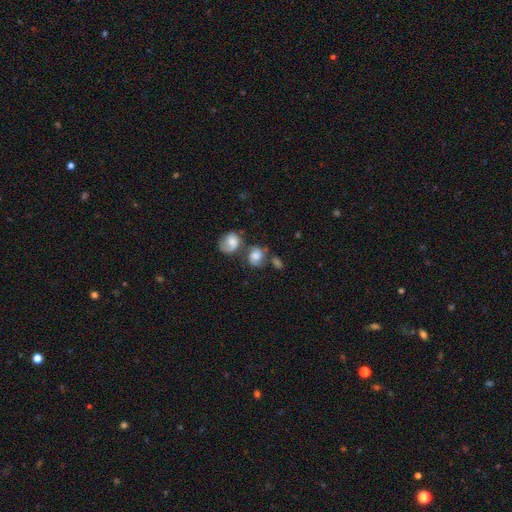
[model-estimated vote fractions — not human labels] The model was most divided on "merging": none: 44%, merger: 30%, minor disturbance: 16%, major disturbance: 10%. More confident: how rounded — round (68%); smooth or featured — smooth (56%).